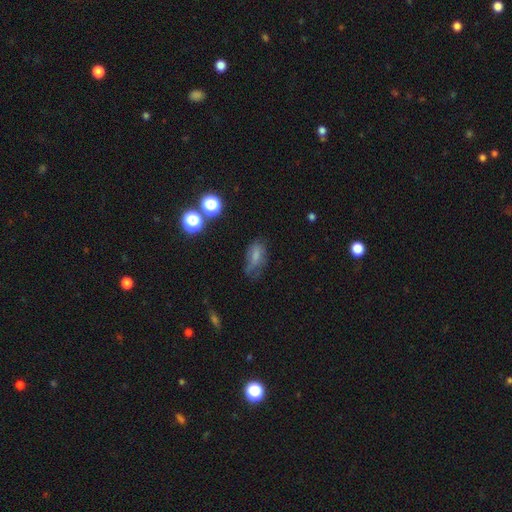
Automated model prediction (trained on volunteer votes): Smooth or featured: smooth — 63% (featured or disk — 22%)
How rounded: in between — 82% (cigar-shaped — 10%)
Merging: none — 46% (minor disturbance — 32%)